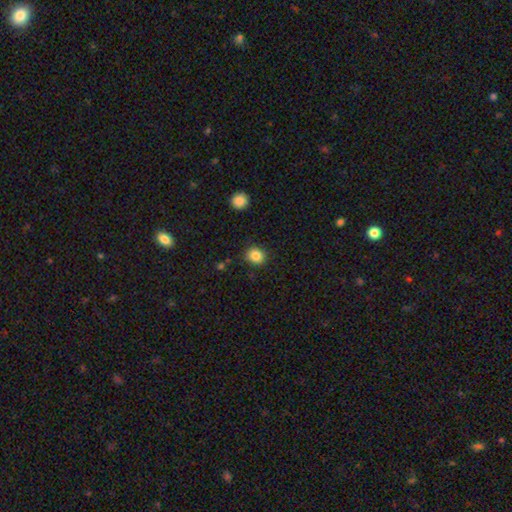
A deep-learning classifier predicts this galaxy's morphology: Overall: smooth (86%). How rounded: round (78%). Merging: none (88%).